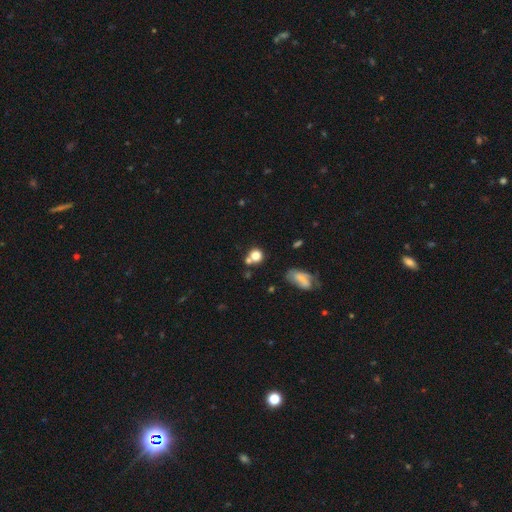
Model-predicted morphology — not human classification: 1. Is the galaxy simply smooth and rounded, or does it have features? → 78% smooth, 13% star or artifact, 9% featured or disk.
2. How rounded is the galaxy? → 84% round, 15% in between, 1% cigar-shaped.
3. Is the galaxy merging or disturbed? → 54% none, 28% merger, 12% minor disturbance, 5% major disturbance.